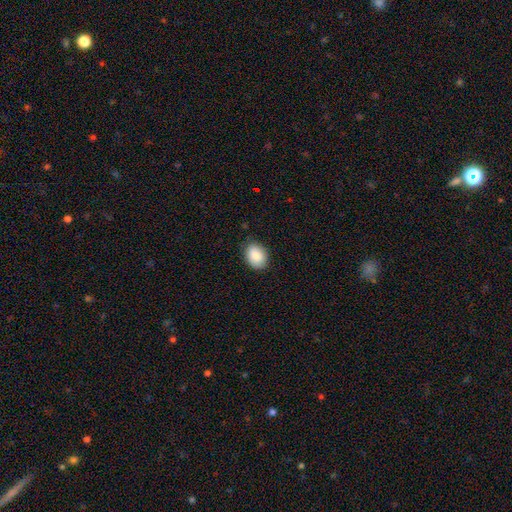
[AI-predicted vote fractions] Smooth or featured: smooth — 88% (star or artifact — 7%)
How rounded: in between — 73% (round — 26%)
Merging: none — 83% (minor disturbance — 13%)